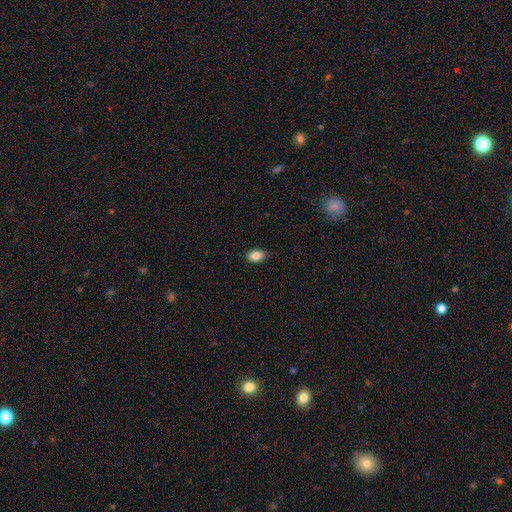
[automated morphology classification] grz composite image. It shows a smooth galaxy with no disk features (87%) that is in between round and cigar-shaped (87%). Merging: none (83%).